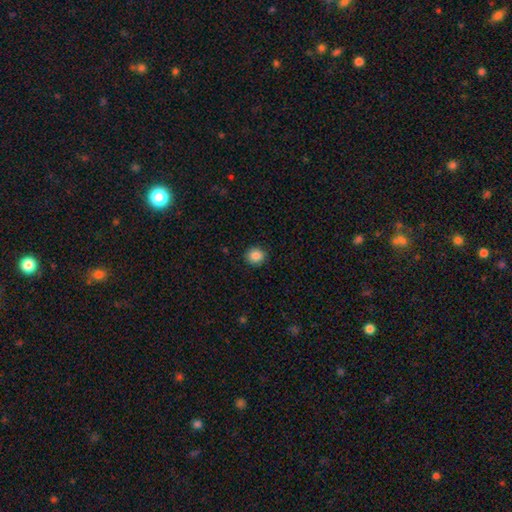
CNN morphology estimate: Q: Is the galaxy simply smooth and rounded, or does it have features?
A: smooth — 86%.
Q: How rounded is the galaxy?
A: round — 85%.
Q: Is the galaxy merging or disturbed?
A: none — 91%.